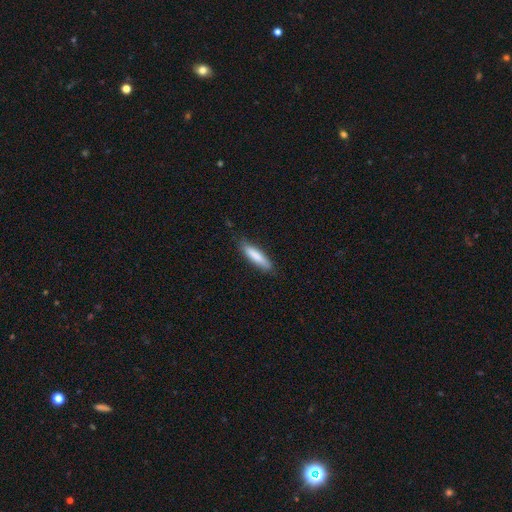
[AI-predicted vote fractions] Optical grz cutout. It shows a smooth galaxy with no disk features (83%) that is cigar-shaped (78%). Merging: none (84%).